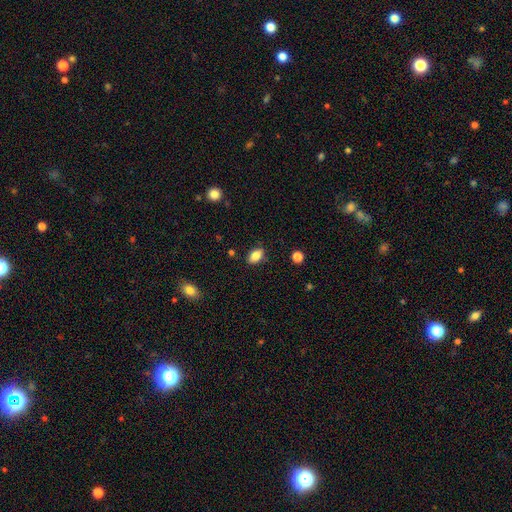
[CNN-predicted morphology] The model was most divided on "merging": none: 84%, minor disturbance: 12%, major disturbance: 2%, merger: 2%. More confident: how rounded — in between (88%); smooth or featured — smooth (83%).